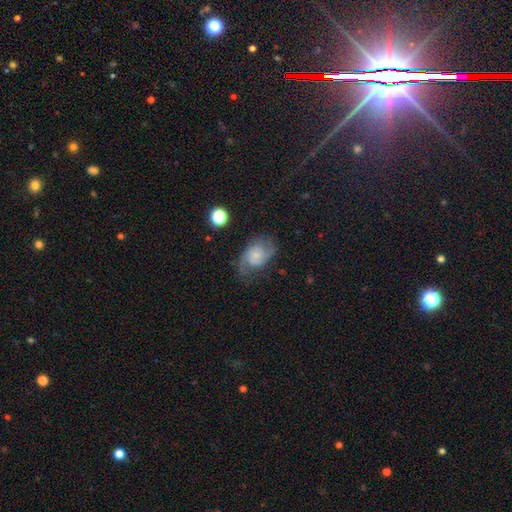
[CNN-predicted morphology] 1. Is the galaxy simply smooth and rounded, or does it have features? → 63% featured or disk, 28% smooth, 9% star or artifact.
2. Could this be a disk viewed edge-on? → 97% no, 3% yes.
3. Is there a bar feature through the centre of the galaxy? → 67% no, 29% weak, 4% strong.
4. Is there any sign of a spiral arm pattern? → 89% yes, 11% no.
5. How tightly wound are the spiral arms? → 47% medium, 28% tight, 25% loose.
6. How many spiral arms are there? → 75% 2, 13% can't tell, 6% 1, 3% 3, 1% 4, 1% more than 4.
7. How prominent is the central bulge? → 53% small, 25% moderate, 15% none, 5% large, 2% dominant.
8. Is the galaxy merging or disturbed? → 55% none, 26% minor disturbance, 18% major disturbance, 2% merger.